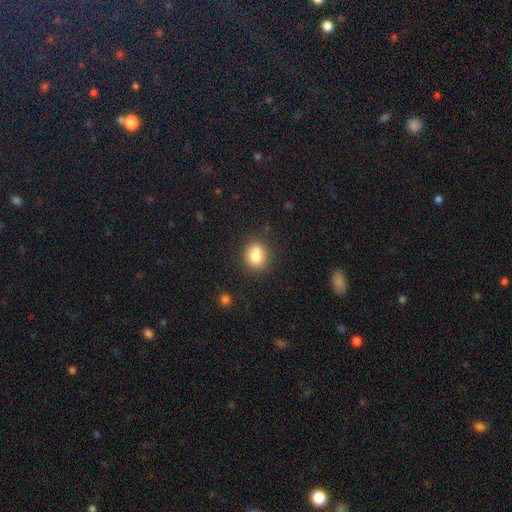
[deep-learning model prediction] This appears to be a smooth galaxy with no disk features (82%) that is round (63%). Merging: none (72%).